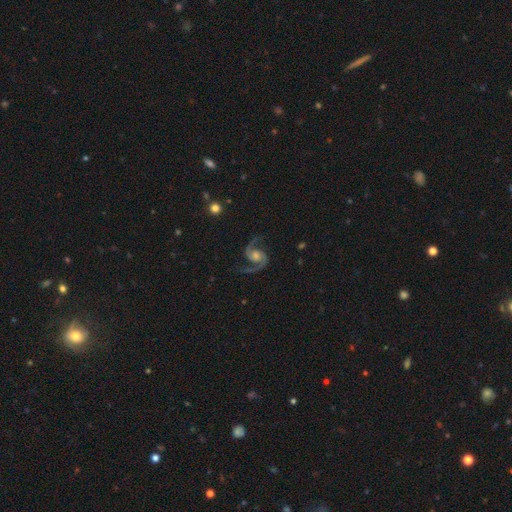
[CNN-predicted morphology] type=featured or disk (93%); edge-on=no (98%); bar=no (60%); spiral arms=yes (99%); winding=medium (62%); arm count=2 (95%); bulge=moderate (52%); merging=none (82%).